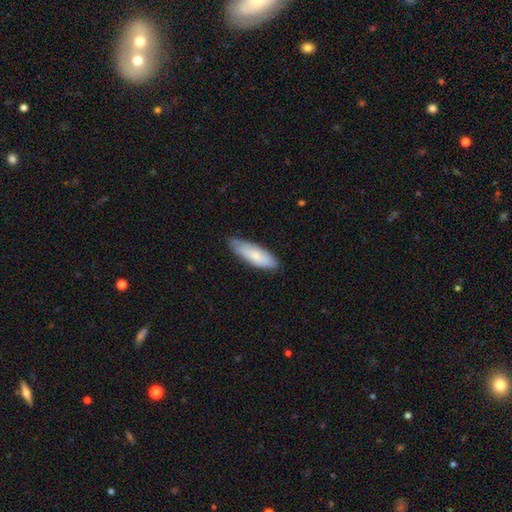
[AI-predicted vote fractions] Smooth or featured: smooth — 75% (featured or disk — 19%)
How rounded: in between — 56% (cigar-shaped — 42%)
Merging: none — 75% (minor disturbance — 21%)